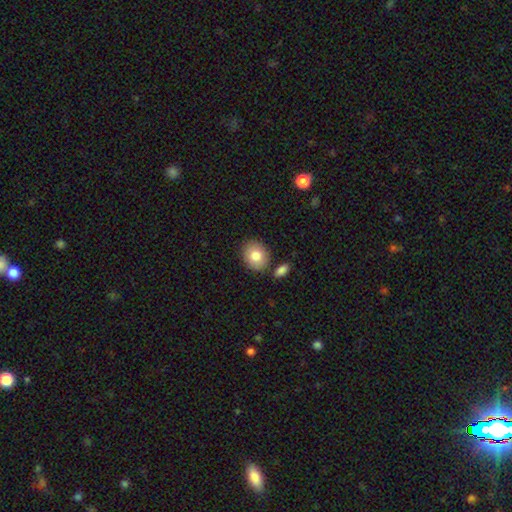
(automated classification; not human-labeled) Smooth or featured? Predicted: smooth (p=0.81). How rounded? Predicted: round (p=0.55). Merging? Predicted: none (p=0.79).